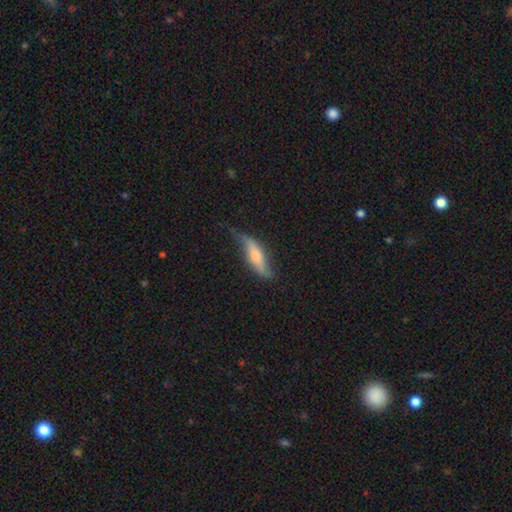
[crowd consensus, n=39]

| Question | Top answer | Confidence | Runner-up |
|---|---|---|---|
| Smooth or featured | featured or disk | 49% | smooth (44%) |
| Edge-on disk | no | 63% | yes (37%) |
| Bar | no | 50% | weak (42%) |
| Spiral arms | yes | 67% | no (33%) |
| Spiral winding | loose | 88% | medium (12%) |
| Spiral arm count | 2 | 100% | — |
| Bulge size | moderate | 50% | small (33%) |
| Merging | none | 44% | minor disturbance (36%) |